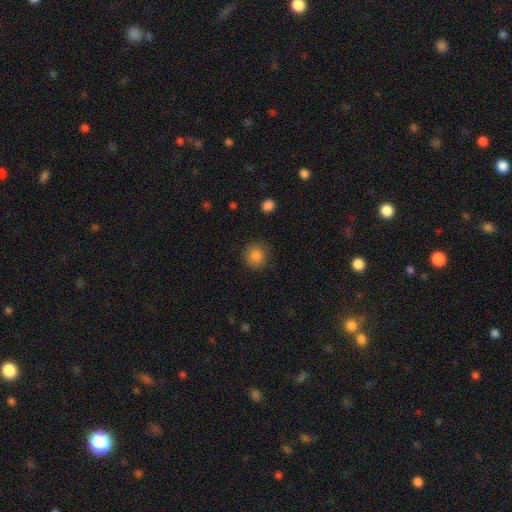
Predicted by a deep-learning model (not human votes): Smooth or featured?
  - smooth: 85% *
  - star or artifact: 10%
  - featured or disk: 5%
How rounded?
  - round: 91% *
  - in between: 8%
  - cigar-shaped: 1%
Merging?
  - none: 87% *
  - minor disturbance: 9%
  - major disturbance: 3%
  - merger: 1%